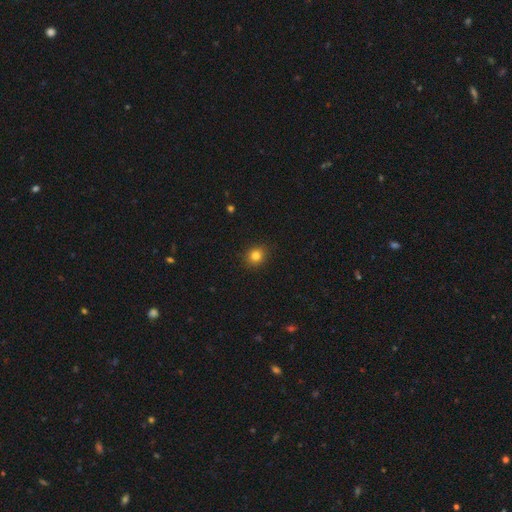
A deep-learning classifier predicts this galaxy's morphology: Smooth or featured? smooth (82%)
How rounded? round (79%)
Merging? none (91%)